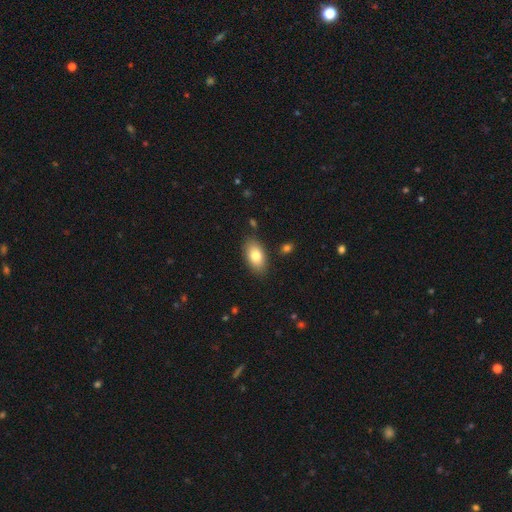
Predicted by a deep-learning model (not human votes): Morphology: type=smooth (80%); roundness=in between (92%); merging=none (85%).